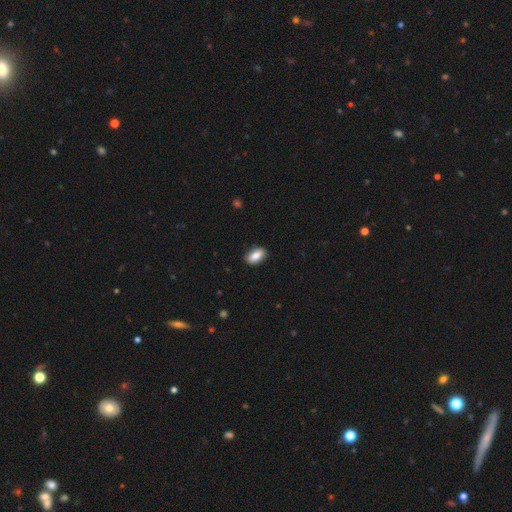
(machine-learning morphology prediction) The model was most divided on "smooth or featured": smooth: 85%, featured or disk: 8%, star or artifact: 7%. More confident: how rounded — in between (91%); merging — none (88%).